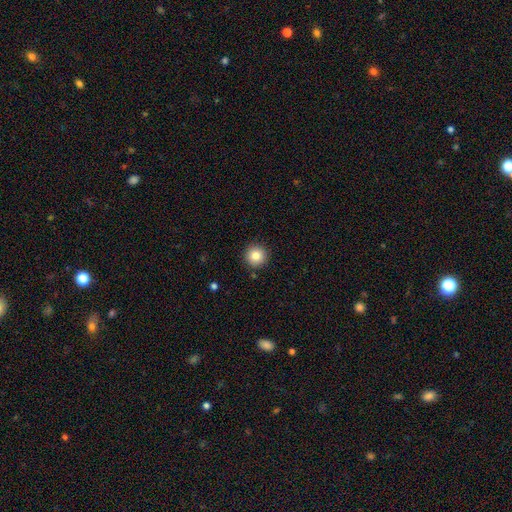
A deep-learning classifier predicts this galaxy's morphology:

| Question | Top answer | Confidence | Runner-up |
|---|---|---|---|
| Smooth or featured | smooth | 83% | star or artifact (10%) |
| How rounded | round | 96% | in between (3%) |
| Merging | none | 91% | minor disturbance (6%) |